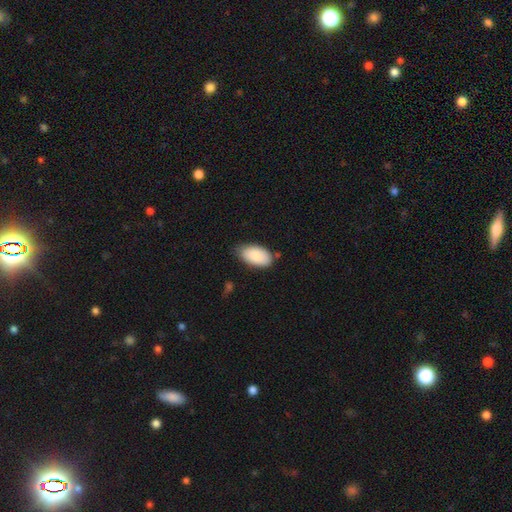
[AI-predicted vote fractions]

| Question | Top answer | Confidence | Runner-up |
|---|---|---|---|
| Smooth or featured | smooth | 84% | featured or disk (10%) |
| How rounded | in between | 95% | round (3%) |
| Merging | none | 70% | minor disturbance (24%) |